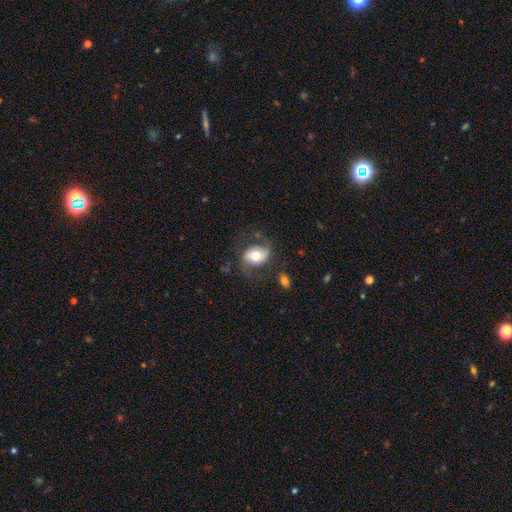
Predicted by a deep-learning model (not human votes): A featured or disk galaxy (48%). Merging: none (64%).